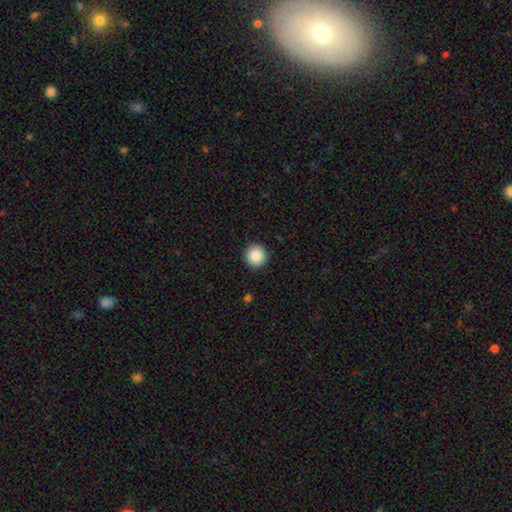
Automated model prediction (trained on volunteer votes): Smooth or featured? Predicted: smooth (p=0.88). How rounded? Predicted: round (p=0.96). Merging? Predicted: none (p=0.93).